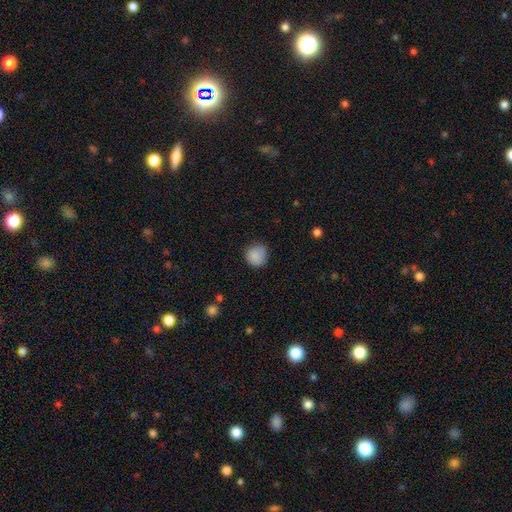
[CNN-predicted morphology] smooth 87%, star or artifact 8%, featured or disk 5%. Down the decision tree: how rounded — round (89%); merging — none (76%).